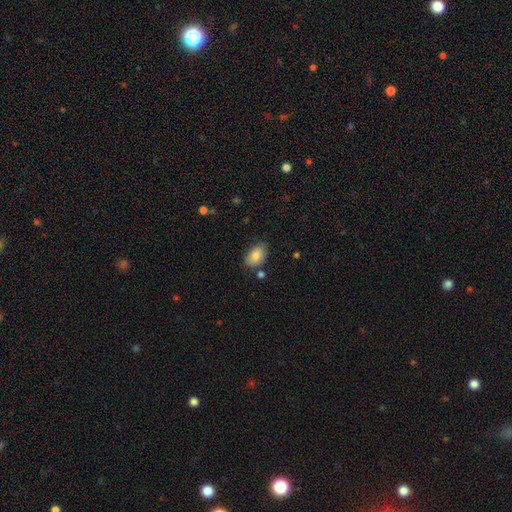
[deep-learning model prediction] A smooth galaxy with no disk features (85%) that is in between round and cigar-shaped (91%). Merging: none (73%).